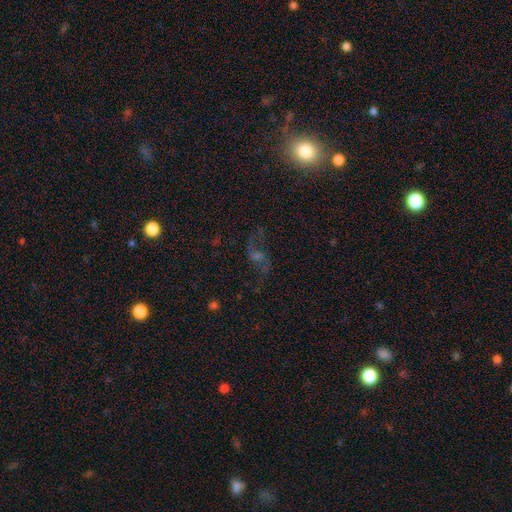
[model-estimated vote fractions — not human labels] smooth-or-featured: featured or disk: 63% | star or artifact: 22% | smooth: 14%
  disk-edge-on: no: 94% | yes: 6%
    bar: no: 50% | weak: 39% | strong: 11%
    has-spiral-arms: yes: 90% | no: 10%
      spiral-winding: loose: 77% | medium: 19% | tight: 4%
      spiral-arm-count: 2: 90% | can't tell: 3% | 1: 3% | 3: 1% | 4: 1% | more than 4: 1%
    bulge-size: moderate: 39% | small: 35% | none: 13% | large: 10% | dominant: 3%
  merging: none: 70% | major disturbance: 14% | minor disturbance: 13% | merger: 3%